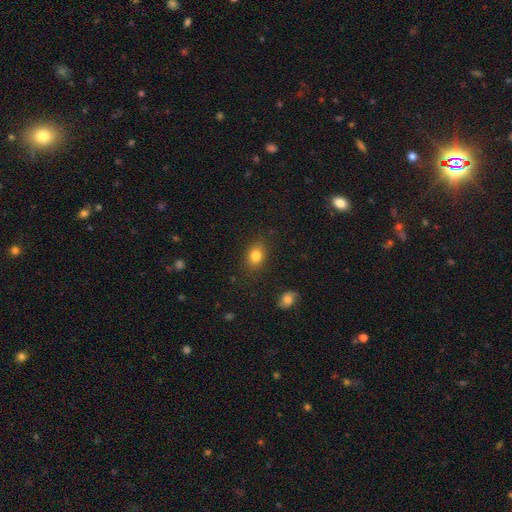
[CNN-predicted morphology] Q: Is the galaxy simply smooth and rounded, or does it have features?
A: smooth — 82%.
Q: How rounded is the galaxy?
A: in between — 61%.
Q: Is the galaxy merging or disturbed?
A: none — 84%.